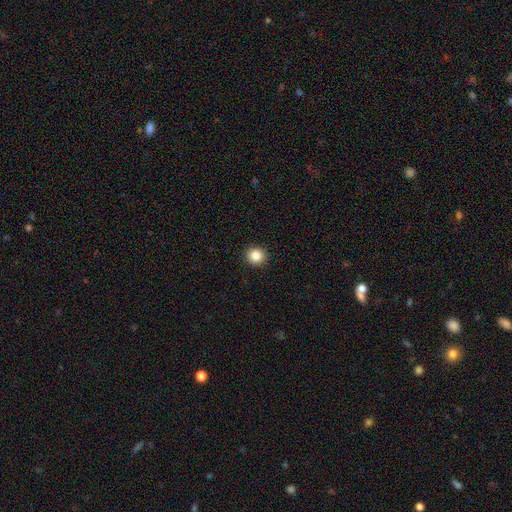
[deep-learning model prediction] A smooth galaxy with no disk features (85%) that is round (89%).

Vote fractions:
- Smooth or featured? smooth: 85% / star or artifact: 10% / featured or disk: 4%
- How rounded? round: 89% / in between: 10% / cigar-shaped: 1%
- Merging? none: 93% / minor disturbance: 5% / major disturbance: 2% / merger: 1%